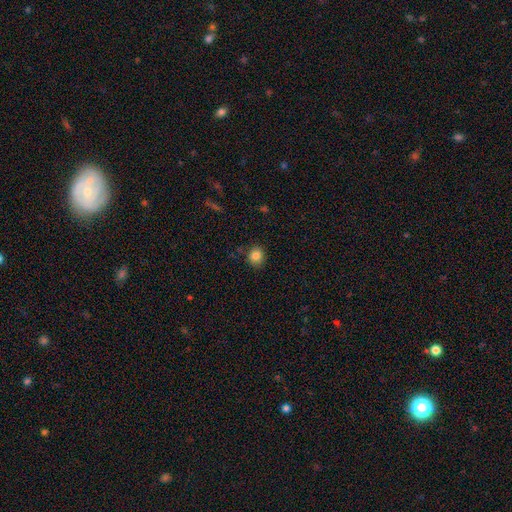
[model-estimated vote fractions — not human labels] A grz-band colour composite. It shows a smooth galaxy with no disk features (85%) that is round (81%). Merging: none (85%).